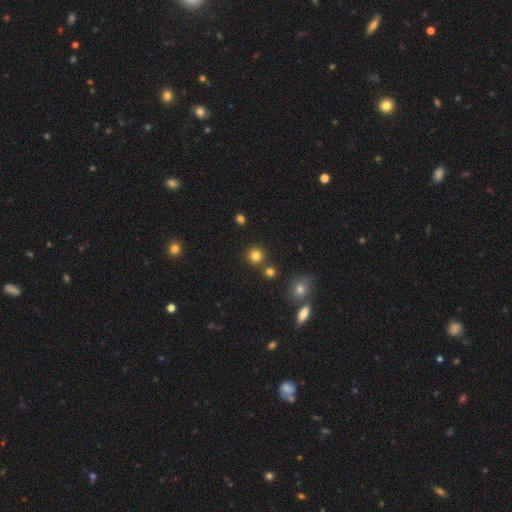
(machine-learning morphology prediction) This appears to be a smooth galaxy with no disk features (80%) that is round (92%). Merging: none (82%).